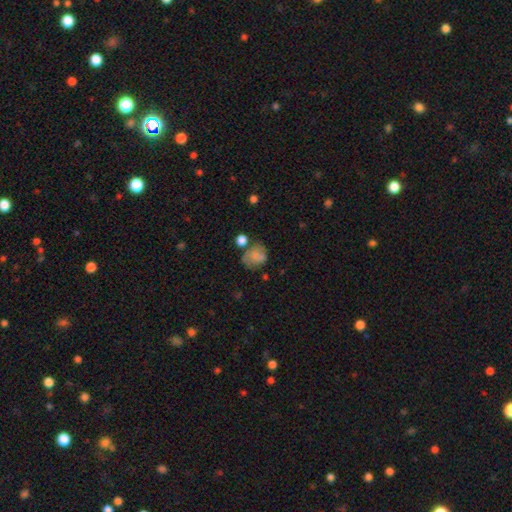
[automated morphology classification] Overall: smooth (68%). How rounded: round (56%; in between 43%). Merging: none (45%; minor disturbance 25%).